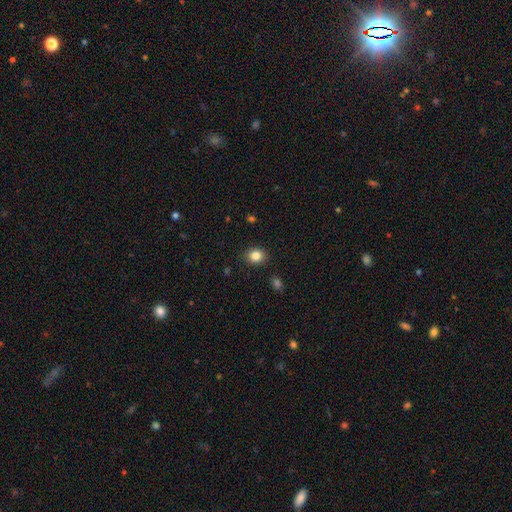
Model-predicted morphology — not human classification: smooth 84%, star or artifact 10%, featured or disk 6%. Down the decision tree: how rounded — round (56%); merging — none (88%).